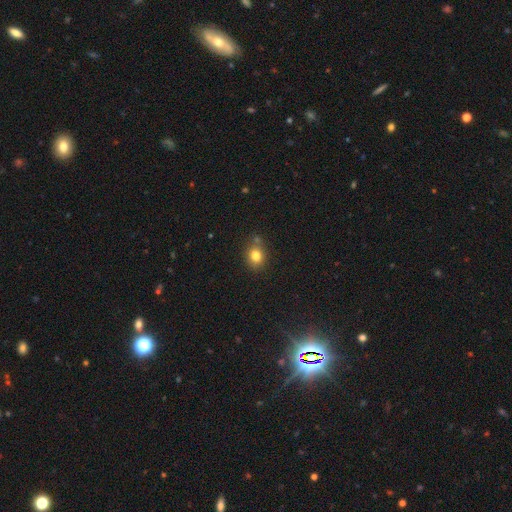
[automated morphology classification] smooth-or-featured: smooth: 80% | star or artifact: 12% | featured or disk: 8%
  how-rounded: round: 62% | in between: 37% | cigar-shaped: 1%
  merging: none: 72% | minor disturbance: 14% | merger: 11% | major disturbance: 3%